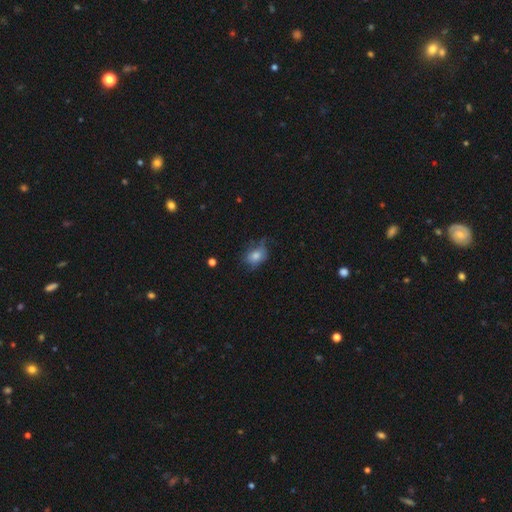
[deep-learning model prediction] A smooth galaxy with no disk features (73%) that is in between round and cigar-shaped (72%). Merging: none (49%).